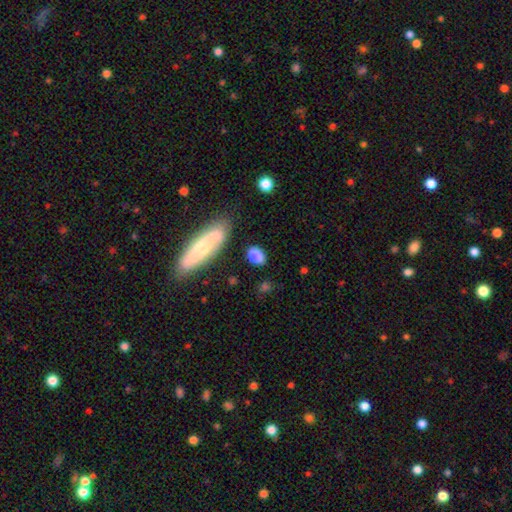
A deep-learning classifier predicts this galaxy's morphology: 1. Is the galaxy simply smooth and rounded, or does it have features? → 83% smooth, 10% featured or disk, 7% star or artifact.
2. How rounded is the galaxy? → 85% in between, 11% round, 5% cigar-shaped.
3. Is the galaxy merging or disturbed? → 78% none, 14% minor disturbance, 4% major disturbance, 4% merger.